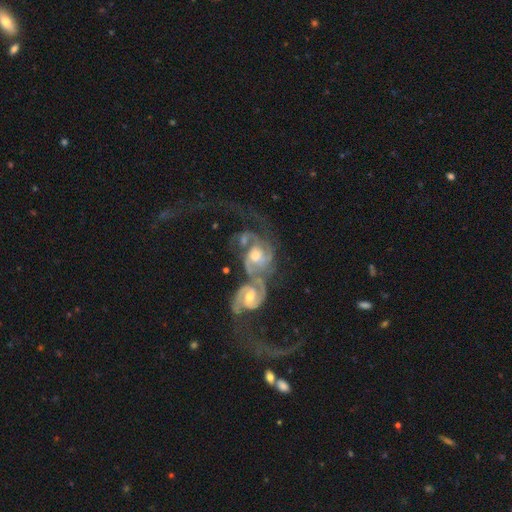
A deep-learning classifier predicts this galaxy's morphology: A featured or disk galaxy (88%) with no bar (47%), 2 (74%) medium (45%) spiral arms (96%) and a moderate central bulge (67%). Merging: merger (77%).